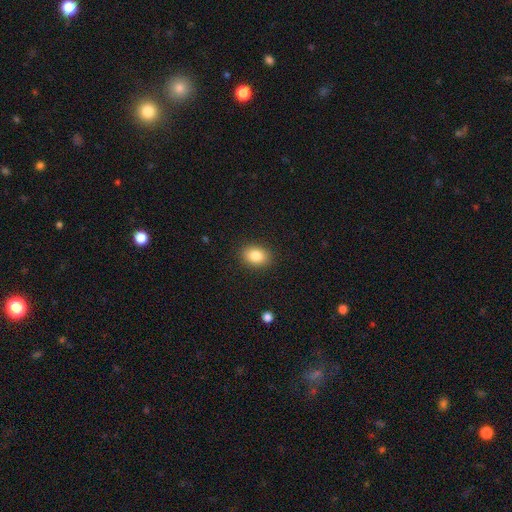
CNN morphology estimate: A smooth galaxy with no disk features (84%) that is in between round and cigar-shaped (67%). Merging: none (89%).